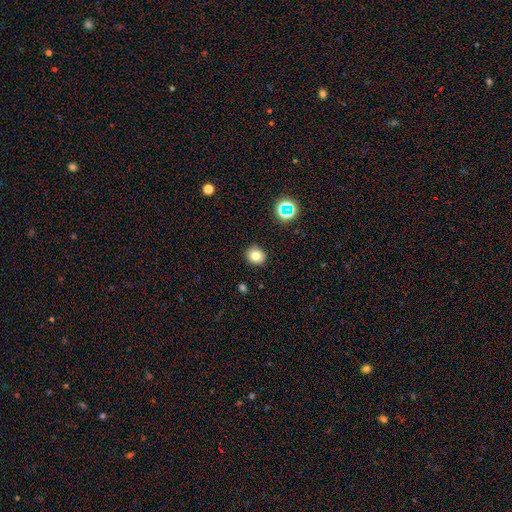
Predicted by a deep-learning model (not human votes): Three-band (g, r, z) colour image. It shows a smooth galaxy with no disk features (77%) that is round (83%). Merging: none (89%).